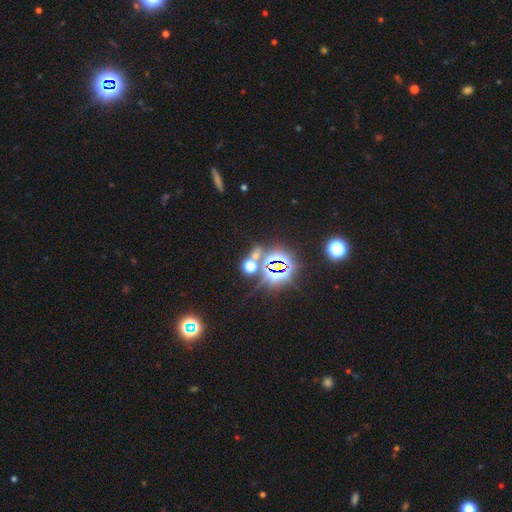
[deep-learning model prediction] smooth_or_featured: star or artifact (p=0.62) [alt: smooth p=0.30]